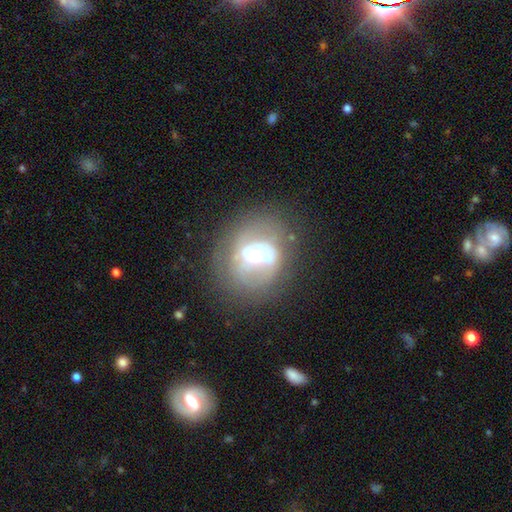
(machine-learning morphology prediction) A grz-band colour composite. It shows a featured or disk galaxy (66%) with a strong bar (54%), no spiral arms (62%) and a moderate central bulge (44%). Merging: none (57%).